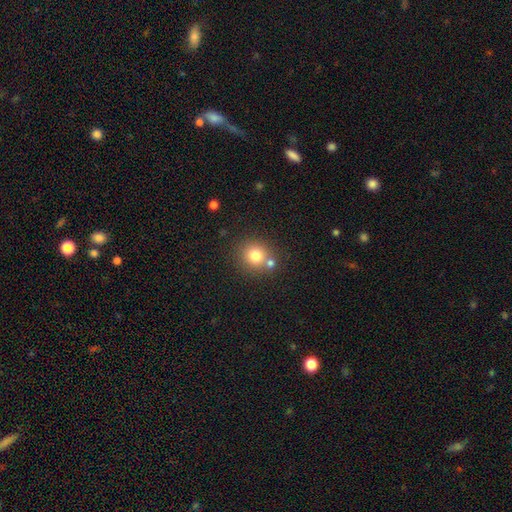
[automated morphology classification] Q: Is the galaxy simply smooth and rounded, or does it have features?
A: smooth — 78%.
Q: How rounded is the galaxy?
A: round — 89%.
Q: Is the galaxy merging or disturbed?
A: none — 68%.